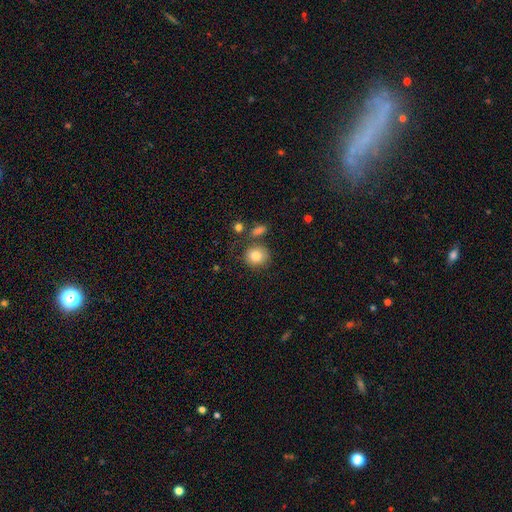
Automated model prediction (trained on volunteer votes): Smooth or featured: smooth — 83% (star or artifact — 9%)
How rounded: round — 82% (in between — 17%)
Merging: none — 71% (minor disturbance — 13%)